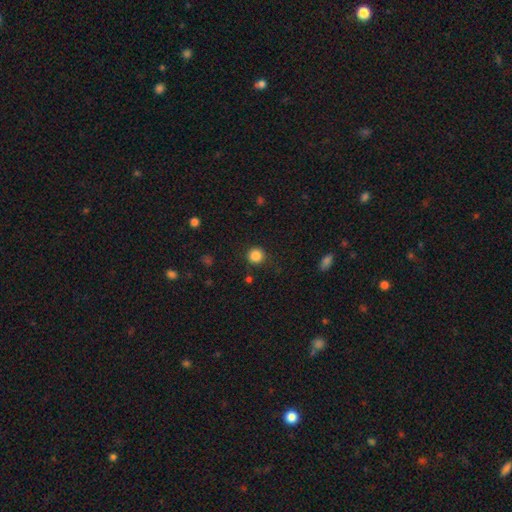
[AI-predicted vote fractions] Smooth or featured?
  - smooth: 86% *
  - star or artifact: 11%
  - featured or disk: 3%
How rounded?
  - round: 94% *
  - in between: 5%
  - cigar-shaped: 1%
Merging?
  - none: 88% *
  - minor disturbance: 8%
  - major disturbance: 3%
  - merger: 2%